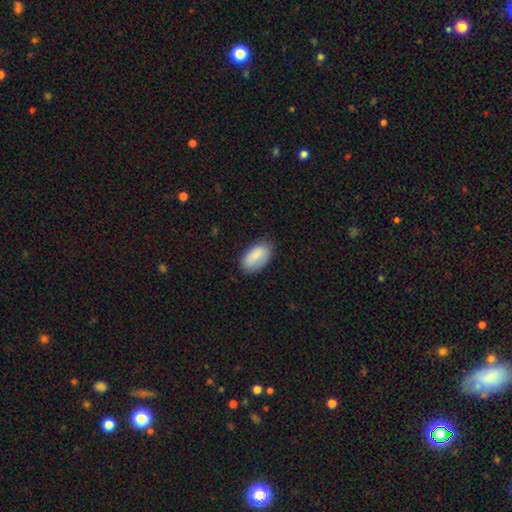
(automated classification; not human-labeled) Smooth or featured?
  - smooth: 86% *
  - featured or disk: 8%
  - star or artifact: 6%
How rounded?
  - in between: 95% *
  - round: 3%
  - cigar-shaped: 2%
Merging?
  - none: 80% *
  - minor disturbance: 16%
  - major disturbance: 3%
  - merger: 1%